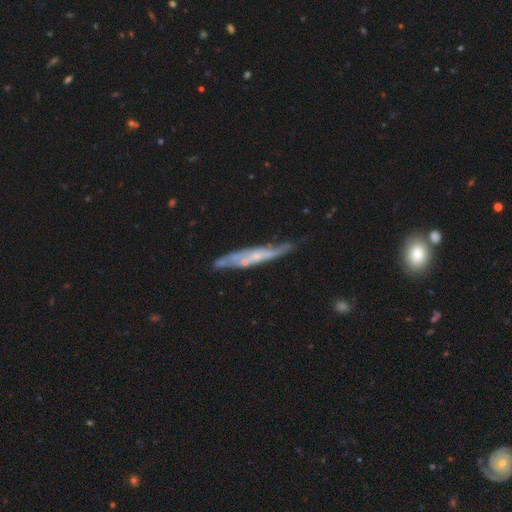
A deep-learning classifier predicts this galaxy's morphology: Smooth or featured?
  - featured or disk: 68% *
  - smooth: 26%
  - star or artifact: 6%
Edge-on disk?
  - yes: 66% *
  - no: 34%
Merging?
  - none: 61% *
  - minor disturbance: 26%
  - major disturbance: 7%
  - merger: 6%